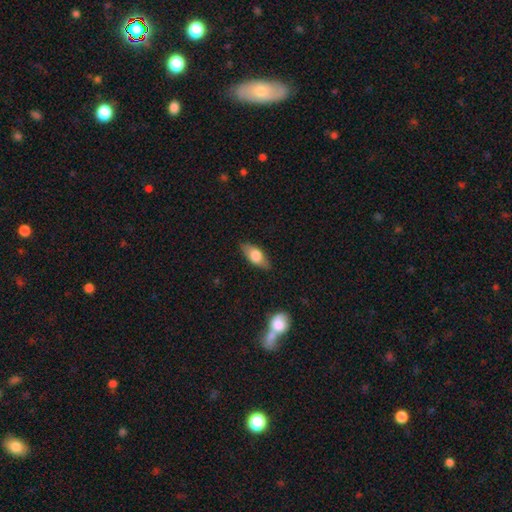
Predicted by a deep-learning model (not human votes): Smooth or featured: smooth — 68% (featured or disk — 25%)
How rounded: in between — 81% (cigar-shaped — 15%)
Merging: none — 83% (minor disturbance — 13%)